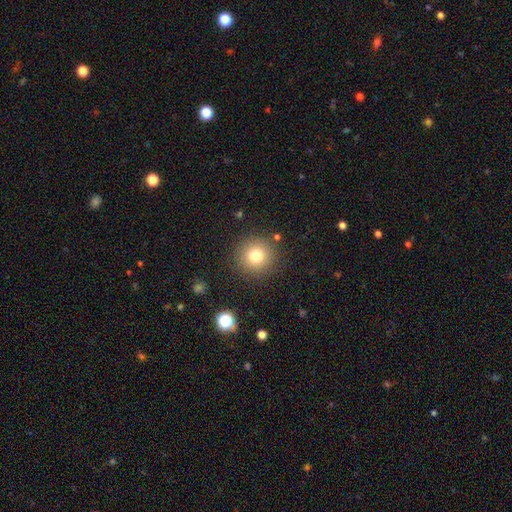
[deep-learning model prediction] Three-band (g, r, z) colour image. It shows a smooth galaxy with no disk features (78%) that is round (94%). Merging: none (88%).